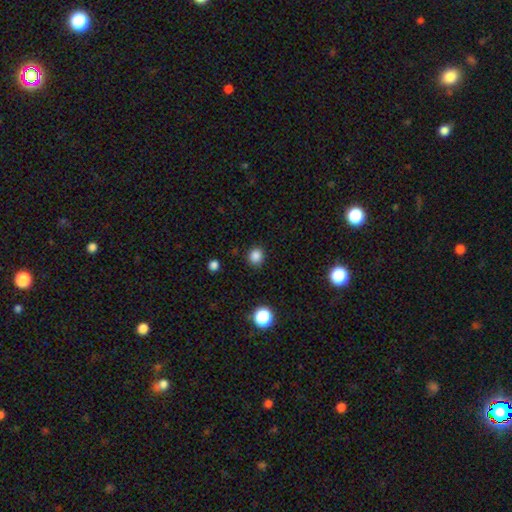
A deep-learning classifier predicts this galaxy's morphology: Overall: smooth (85%). How rounded: round (82%). Merging: none (88%).